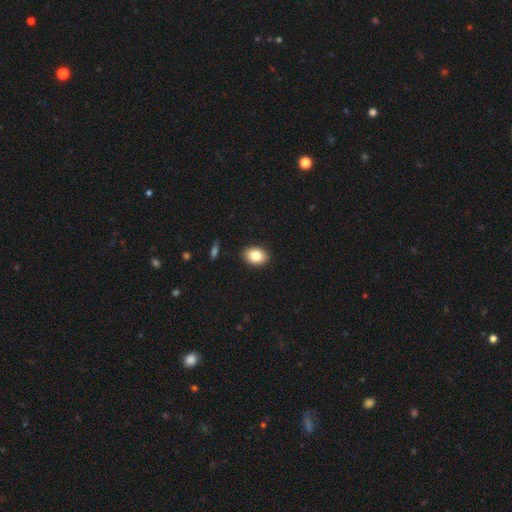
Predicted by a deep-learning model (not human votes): smooth 82%, featured or disk 9%, star or artifact 8%. Down the decision tree: how rounded — in between (78%); merging — none (90%).